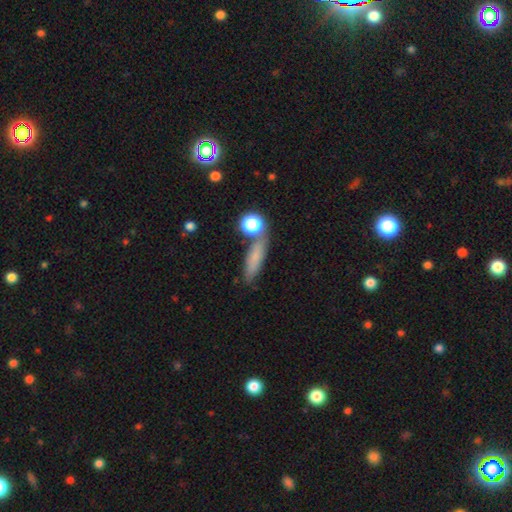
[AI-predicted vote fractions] A smooth galaxy with no disk features (64%) that is cigar-shaped (61%). Merging: none (70%).